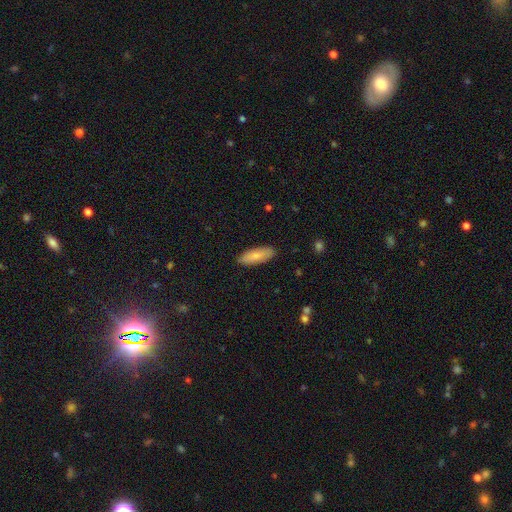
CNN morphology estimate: A smooth galaxy with no disk features (81%) that is in between round and cigar-shaped (66%). Merging: none (88%).